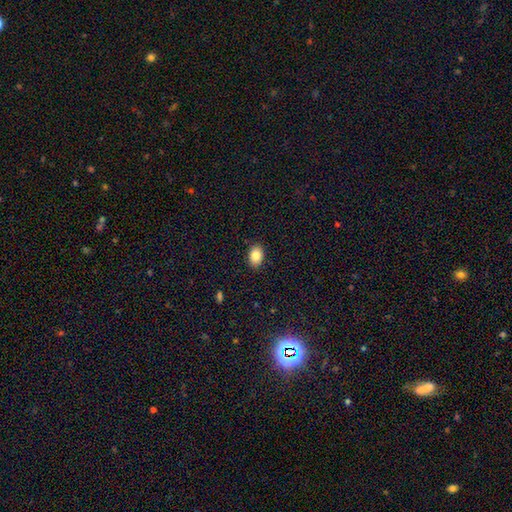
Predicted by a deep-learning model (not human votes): Morphology: type=smooth (84%); roundness=in between (82%); merging=none (88%).